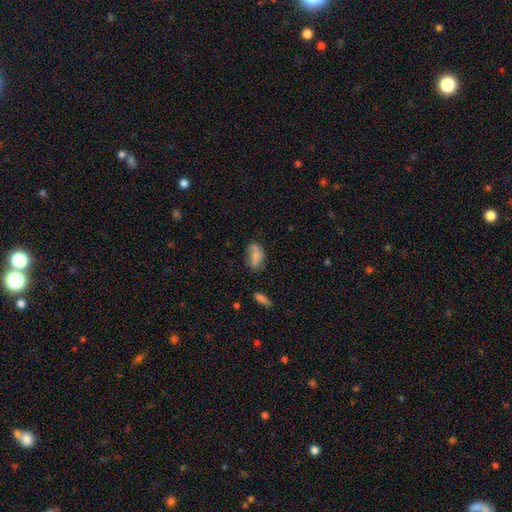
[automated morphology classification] Q: Smooth or featured?
A: smooth (73%); runner-up: featured or disk (18%)
Q: How rounded?
A: in between (90%); runner-up: round (6%)
Q: Merging?
A: none (56%); runner-up: minor disturbance (30%)